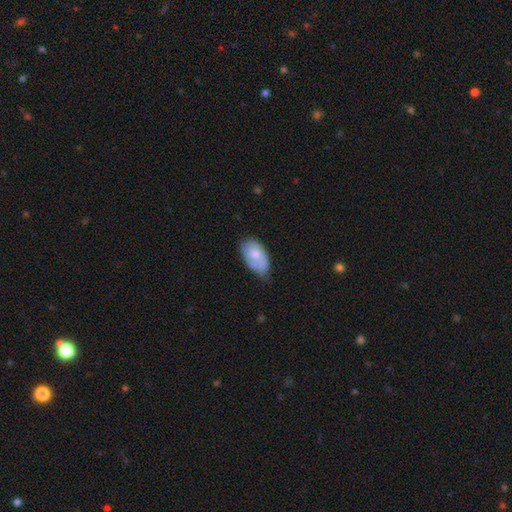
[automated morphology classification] The model was most divided on "merging": none: 47%, minor disturbance: 40%, major disturbance: 11%, merger: 3%. More confident: how rounded — in between (93%); smooth or featured — smooth (65%).